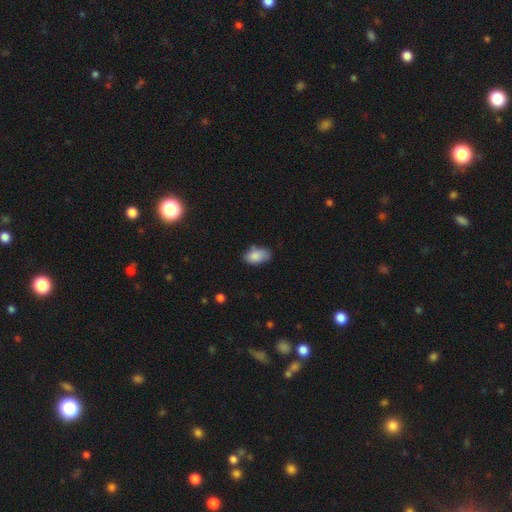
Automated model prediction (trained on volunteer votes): The model was most divided on "merging": none: 65%, minor disturbance: 27%, major disturbance: 5%, merger: 3%. More confident: how rounded — in between (92%); smooth or featured — smooth (86%).